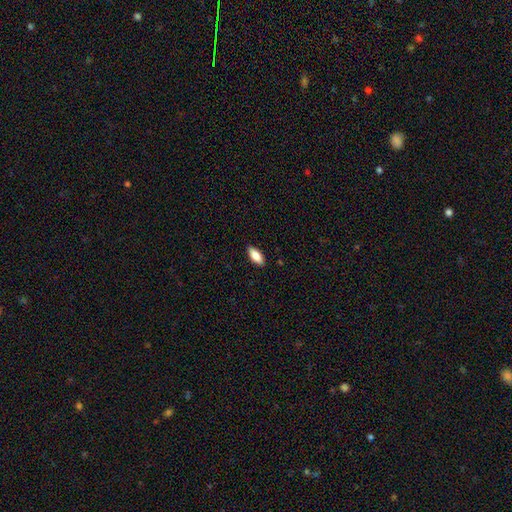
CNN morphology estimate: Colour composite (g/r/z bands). It shows a smooth galaxy with no disk features (80%) that is in between round and cigar-shaped (82%). Merging: none (89%).